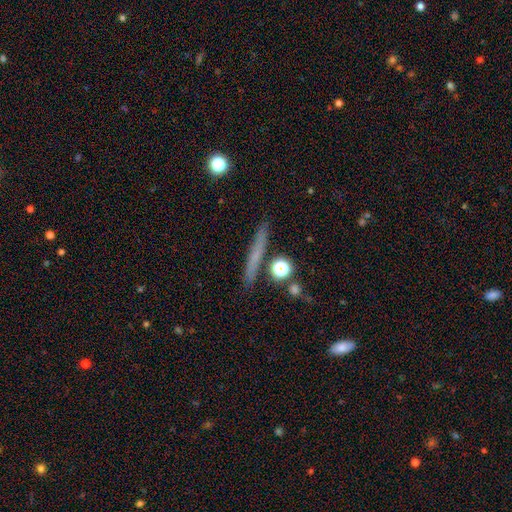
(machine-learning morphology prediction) Smooth or featured? smooth (52%)
How rounded? cigar-shaped (89%)
Merging? none (86%)